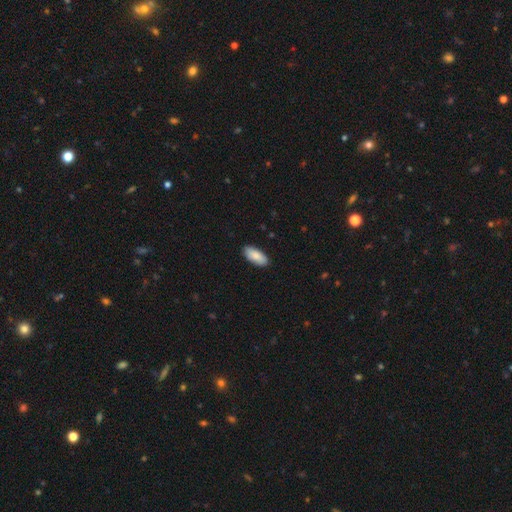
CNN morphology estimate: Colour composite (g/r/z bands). It shows a smooth galaxy with no disk features (87%) that is in between round and cigar-shaped (88%). Merging: none (89%).